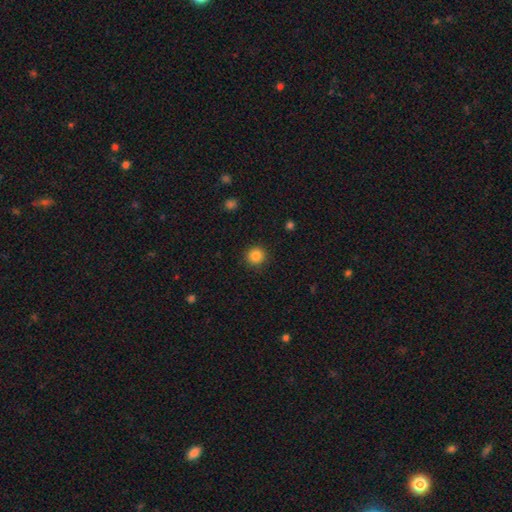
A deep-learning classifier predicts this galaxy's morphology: The model was most divided on "smooth or featured": smooth: 85%, star or artifact: 11%, featured or disk: 4%. More confident: how rounded — round (94%); merging — none (91%).